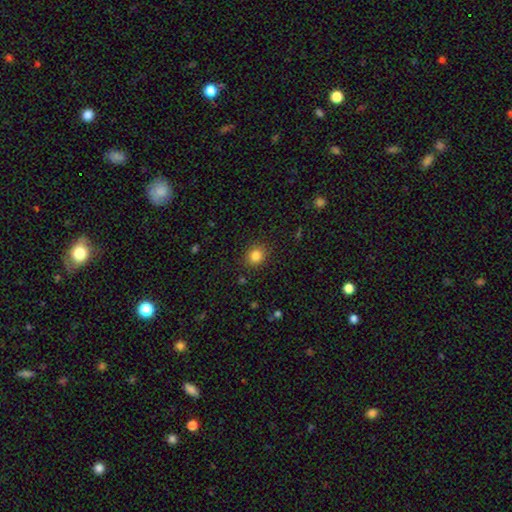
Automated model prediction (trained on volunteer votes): The model was most divided on "how rounded": round: 77%, in between: 22%, cigar-shaped: 1%. More confident: merging — none (88%); smooth or featured — smooth (84%).